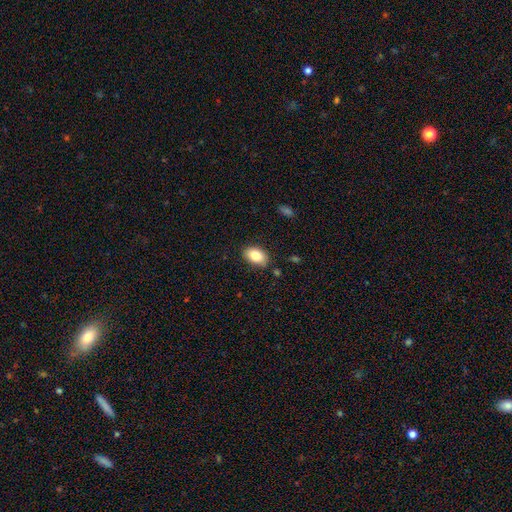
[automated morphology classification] type=smooth (84%); roundness=in between (89%); merging=none (84%).